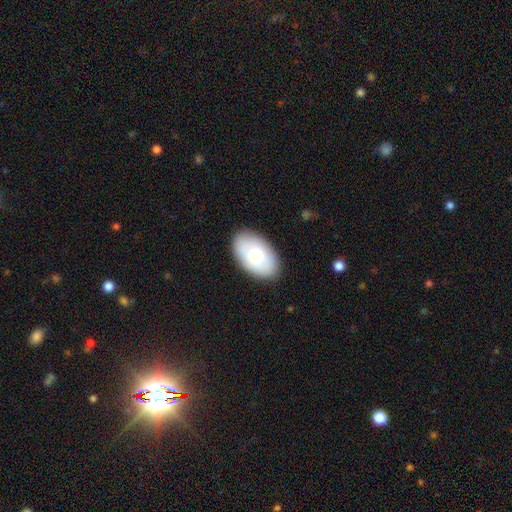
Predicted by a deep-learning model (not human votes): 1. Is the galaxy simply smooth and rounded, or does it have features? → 74% smooth, 20% featured or disk, 6% star or artifact.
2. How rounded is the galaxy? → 94% in between, 5% round, 1% cigar-shaped.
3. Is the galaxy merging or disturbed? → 87% none, 9% minor disturbance, 2% major disturbance, 1% merger.